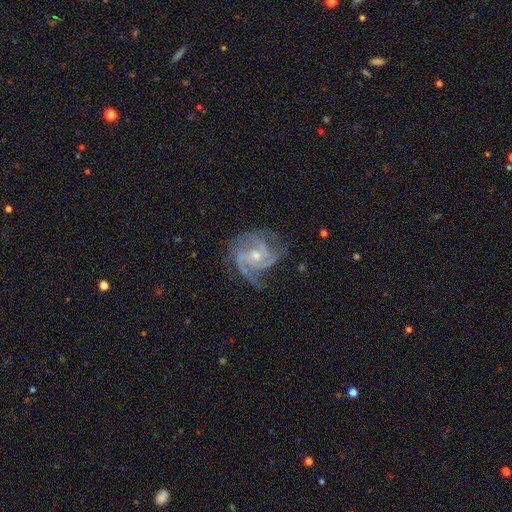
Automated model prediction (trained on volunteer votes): This is clearly a featured or disk galaxy (91%). It is clearly not viewed edge-on (98%). Bar: possibly no (58%). Spiral arm pattern: clearly yes (98%). Spiral arm count: possibly 3 (50%). Spiral winding: possibly tight (48%). Central bulge: possibly moderate (48%, tied with small). Merging: likely none (68%).